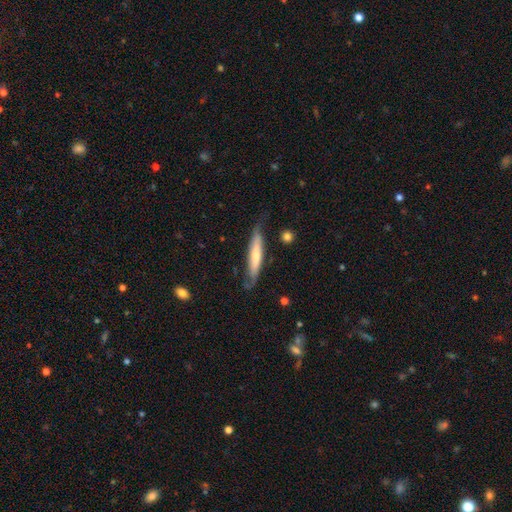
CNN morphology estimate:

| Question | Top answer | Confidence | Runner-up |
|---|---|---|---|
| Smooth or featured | smooth | 54% | featured or disk (41%) |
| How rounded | cigar-shaped | 88% | in between (11%) |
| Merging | none | 68% | minor disturbance (23%) |